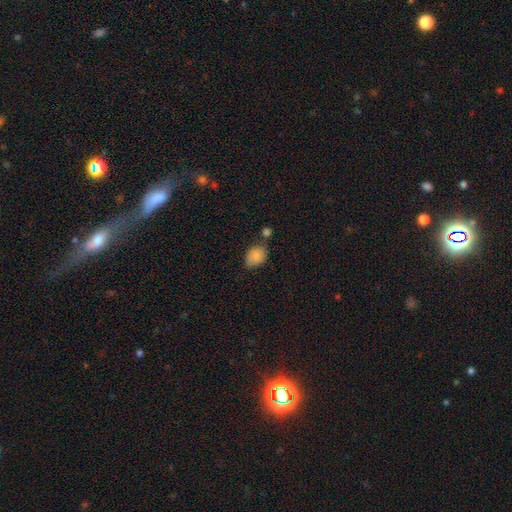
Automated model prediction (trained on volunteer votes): Smooth or featured?
  - smooth: 86% *
  - star or artifact: 8%
  - featured or disk: 6%
How rounded?
  - in between: 72% *
  - round: 27%
  - cigar-shaped: 1%
Merging?
  - none: 62% *
  - minor disturbance: 21%
  - merger: 12%
  - major disturbance: 5%